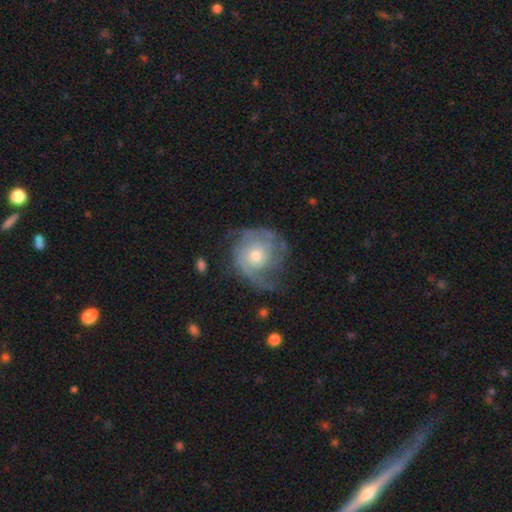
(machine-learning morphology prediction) This appears to be a featured or disk galaxy (75%) with no bar (80%), 2 (37%) tight (45%) spiral arms (88%) and a moderate central bulge (53%). Merging: none (57%).